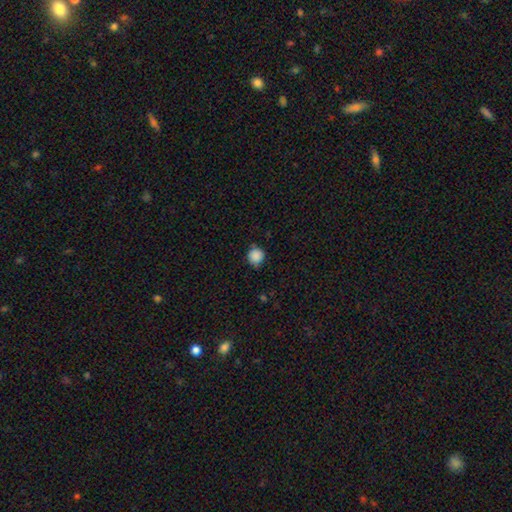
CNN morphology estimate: This appears to be a smooth galaxy with no disk features (87%) that is round (92%). Merging: none (76%).